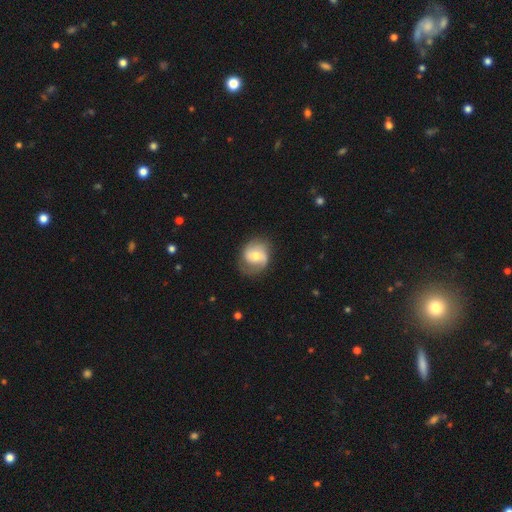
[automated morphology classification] Q: Smooth or featured?
A: featured or disk (62%); runner-up: smooth (32%)
Q: Edge-on disk?
A: no (97%); runner-up: yes (3%)
Q: Bar?
A: no (52%); runner-up: weak (38%)
Q: Spiral arms?
A: yes (88%); runner-up: no (12%)
Q: Spiral winding?
A: medium (44%); runner-up: loose (28%)
Q: Spiral arm count?
A: 2 (74%); runner-up: can't tell (11%)
Q: Bulge size?
A: moderate (65%); runner-up: small (26%)
Q: Merging?
A: none (70%); runner-up: minor disturbance (20%)